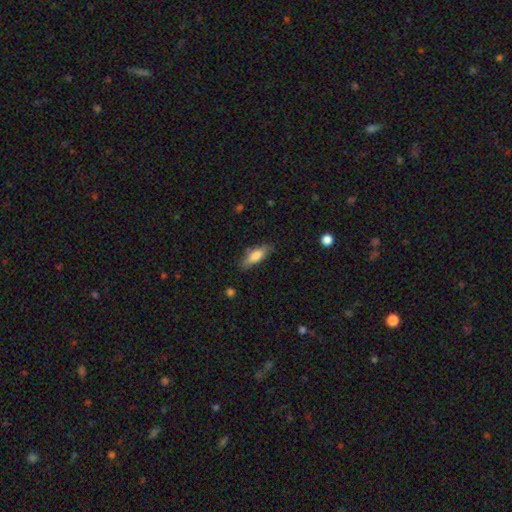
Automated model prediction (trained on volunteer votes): smooth-or-featured: smooth: 75% | featured or disk: 18% | star or artifact: 6%
  how-rounded: in between: 61% | cigar-shaped: 37% | round: 2%
  merging: none: 79% | minor disturbance: 16% | major disturbance: 4% | merger: 2%